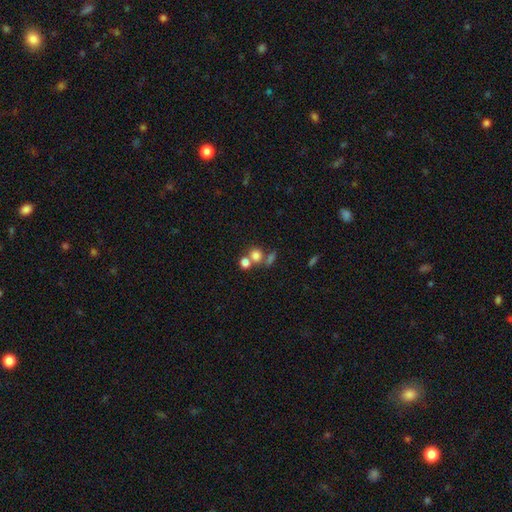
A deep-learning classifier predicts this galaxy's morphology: This appears to be a smooth galaxy with no disk features (76%) that is round (78%). Merging: none (47%).